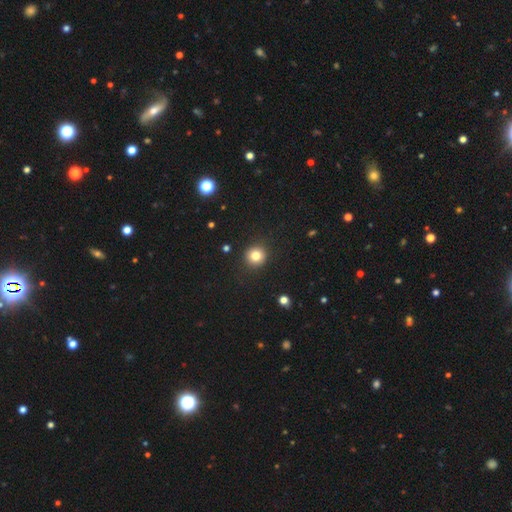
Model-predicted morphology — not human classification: A smooth galaxy with no disk features (81%) that is round (93%). Merging: none (91%).